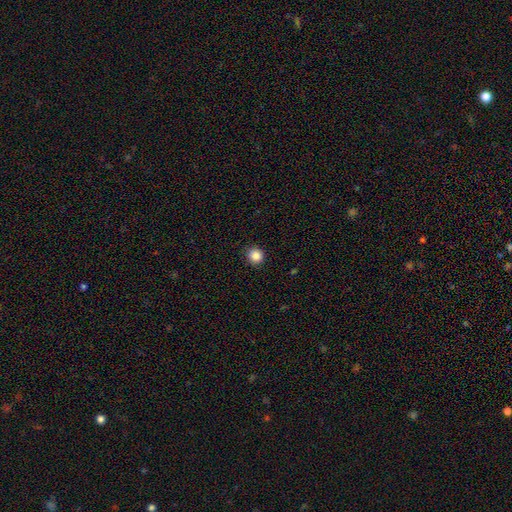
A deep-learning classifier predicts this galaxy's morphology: This is clearly a smooth galaxy (87%). How rounded: clearly round (91%). Merging: clearly none (91%).